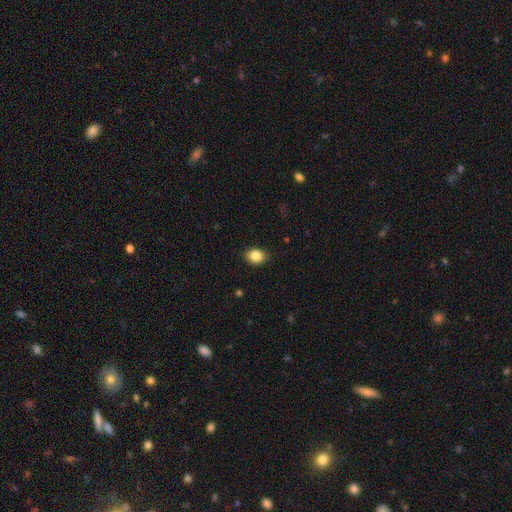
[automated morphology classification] type=smooth (86%); roundness=in between (57%); merging=none (86%).